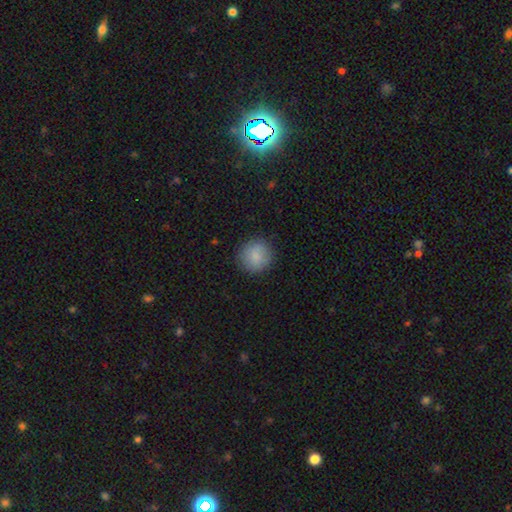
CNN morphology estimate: This appears to be a smooth galaxy with no disk features (86%) that is round (93%). Merging: none (87%).